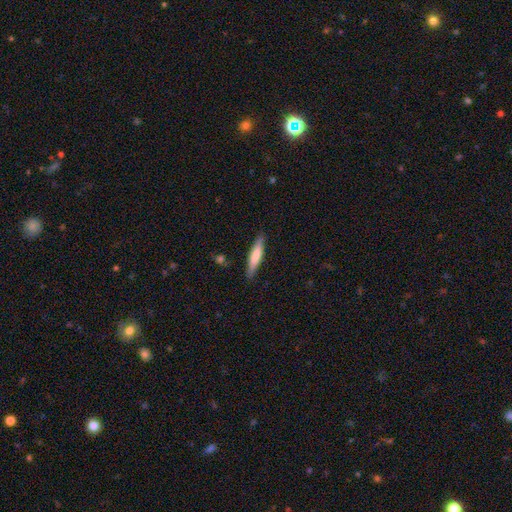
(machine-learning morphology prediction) smooth_or_featured: smooth (p=0.69) [alt: featured or disk p=0.26]
how_rounded: cigar-shaped (p=0.85) [alt: in between p=0.13]
merging: none (p=0.87) [alt: minor disturbance p=0.10]